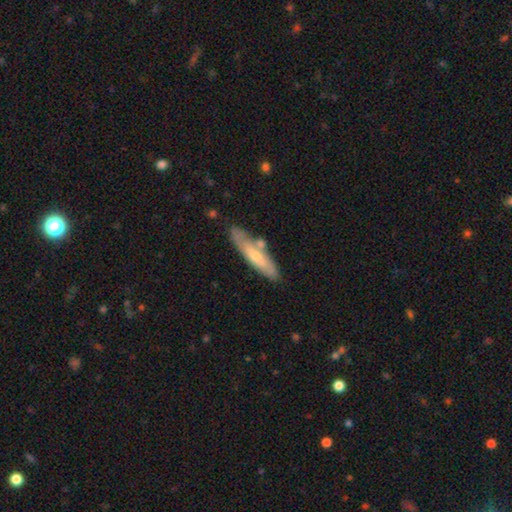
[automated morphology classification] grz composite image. It shows a smooth galaxy with no disk features (55%) that is cigar-shaped (80%). Merging: none (69%).